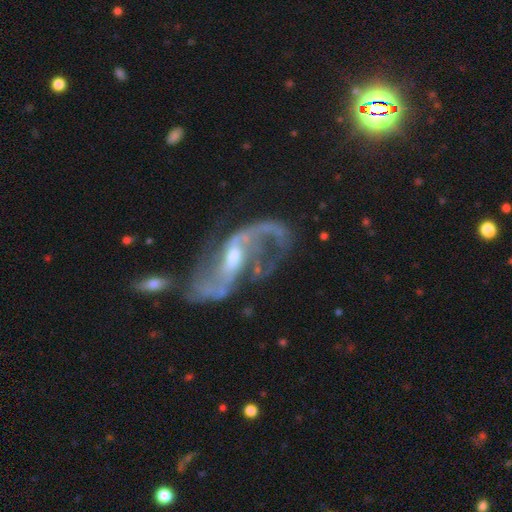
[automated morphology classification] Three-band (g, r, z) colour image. It shows a featured or disk galaxy (90%) with a weak bar (45%), 2 (89%) loose (59%) spiral arms (97%) and a small central bulge (52%). Merging: none (54%).